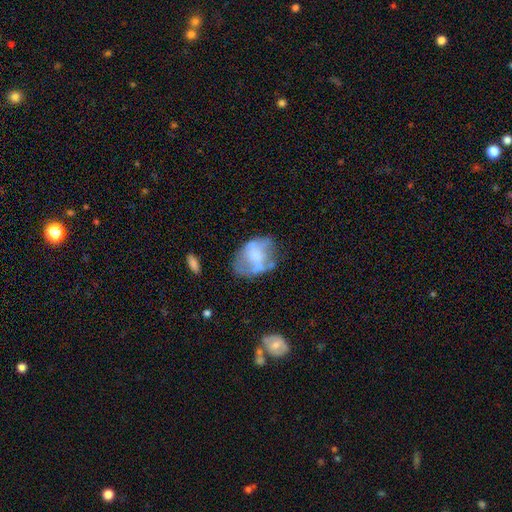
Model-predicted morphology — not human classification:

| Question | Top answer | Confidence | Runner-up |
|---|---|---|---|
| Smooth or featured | featured or disk | 52% | smooth (39%) |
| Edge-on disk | no | 96% | yes (4%) |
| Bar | no | 66% | weak (25%) |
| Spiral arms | no | 73% | yes (27%) |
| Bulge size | moderate | 33% | none (31%) |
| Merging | none | 42% | minor disturbance (27%) |